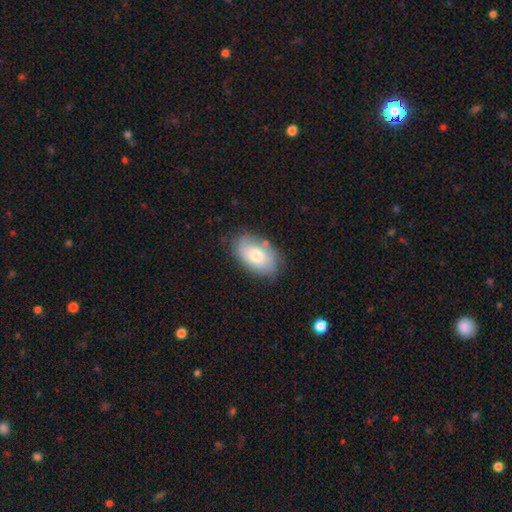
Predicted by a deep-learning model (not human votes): Q: Smooth or featured?
A: smooth (64%); runner-up: featured or disk (29%)
Q: How rounded?
A: in between (92%); runner-up: round (7%)
Q: Merging?
A: none (74%); runner-up: minor disturbance (19%)